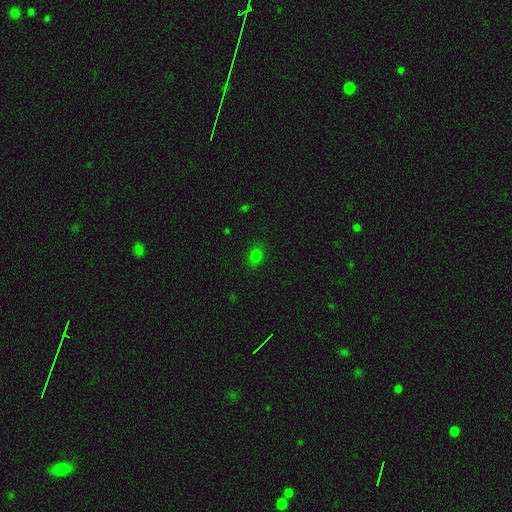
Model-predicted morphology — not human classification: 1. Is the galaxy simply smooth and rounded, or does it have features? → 76% smooth, 18% star or artifact, 5% featured or disk.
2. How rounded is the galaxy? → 56% in between, 42% round, 2% cigar-shaped.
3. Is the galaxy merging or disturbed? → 84% none, 11% minor disturbance, 3% major disturbance, 1% merger.